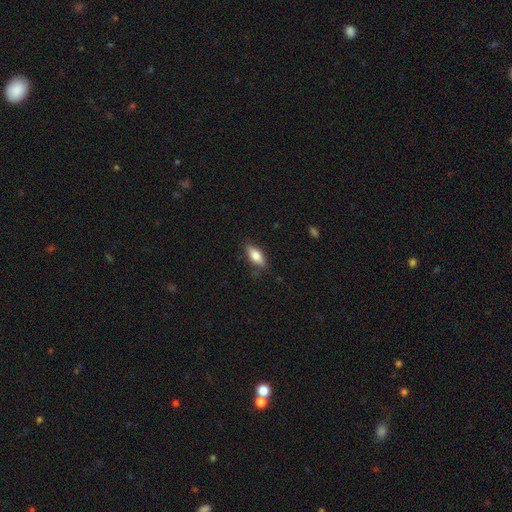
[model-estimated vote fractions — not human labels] Morphology: type=smooth (75%); roundness=in between (75%); merging=none (79%).